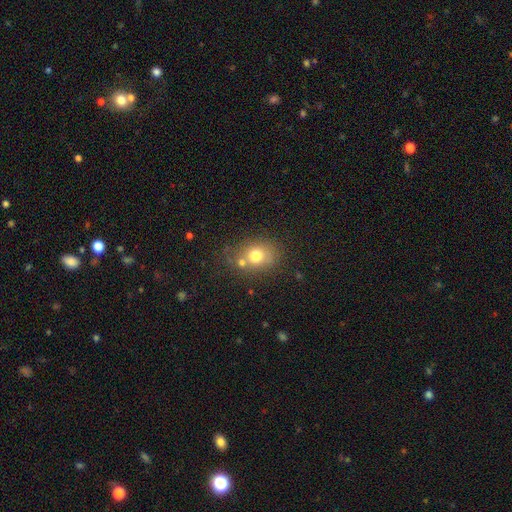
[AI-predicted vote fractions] Q: Smooth or featured?
A: smooth (72%); runner-up: featured or disk (15%)
Q: How rounded?
A: round (58%); runner-up: in between (41%)
Q: Merging?
A: none (54%); runner-up: merger (24%)